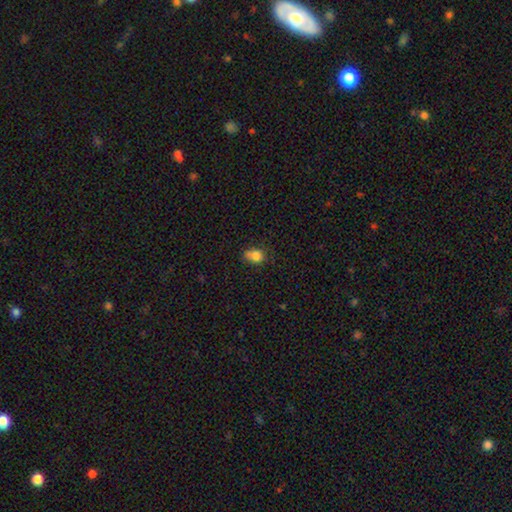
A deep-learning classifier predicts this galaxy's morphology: Smooth or featured?
  - smooth: 81% *
  - star or artifact: 11%
  - featured or disk: 7%
How rounded?
  - in between: 55% *
  - round: 43%
  - cigar-shaped: 1%
Merging?
  - none: 54% *
  - minor disturbance: 31%
  - major disturbance: 8%
  - merger: 6%